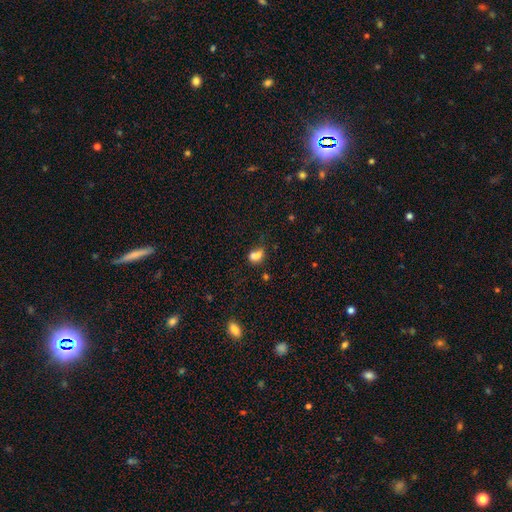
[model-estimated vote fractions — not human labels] A smooth galaxy with no disk features (74%) that is in between round and cigar-shaped (58%). Merging: merger (50%).